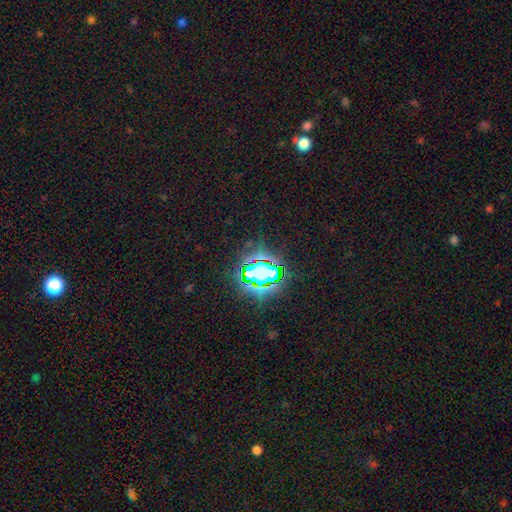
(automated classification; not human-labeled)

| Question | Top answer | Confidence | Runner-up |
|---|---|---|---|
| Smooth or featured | star or artifact | 79% | smooth (14%) |